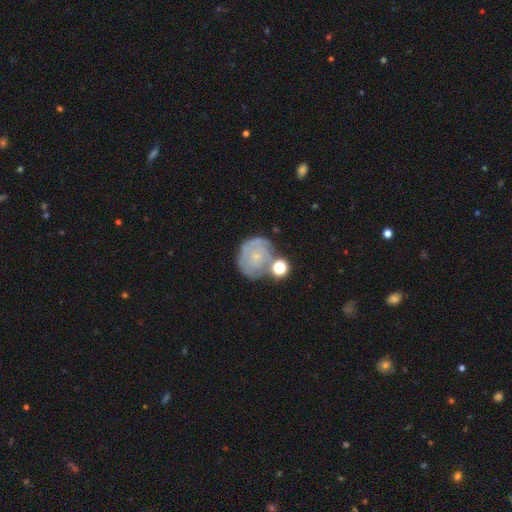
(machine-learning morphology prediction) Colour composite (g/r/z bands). It shows a featured or disk galaxy (66%) with no bar (83%), tight (71%) spiral arms (82%) and a small central bulge (81%). Merging: none (56%).